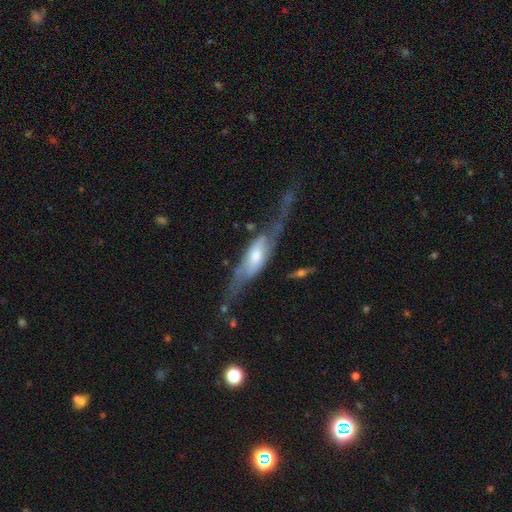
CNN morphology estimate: A featured or disk galaxy (73%).

Vote fractions:
- Smooth or featured? featured or disk: 73% / smooth: 22% / star or artifact: 6%
- Edge-on disk? no: 58% / yes: 42%
- Merging? none: 36% (tied) / major disturbance: 36% (tied) / minor disturbance: 22% / merger: 5%